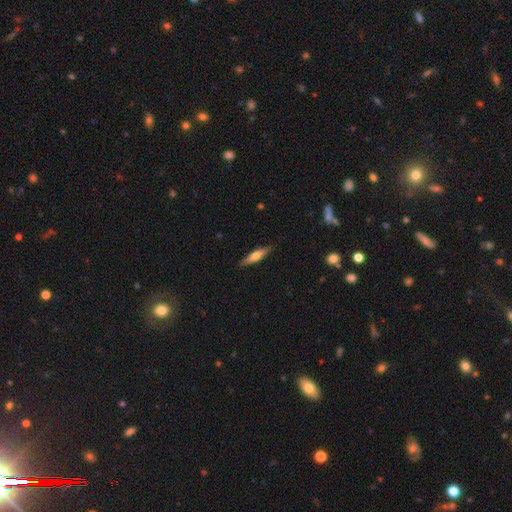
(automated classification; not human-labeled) featured or disk 48%, smooth 46%, star or artifact 6%. Down the decision tree: merging — none (88%).